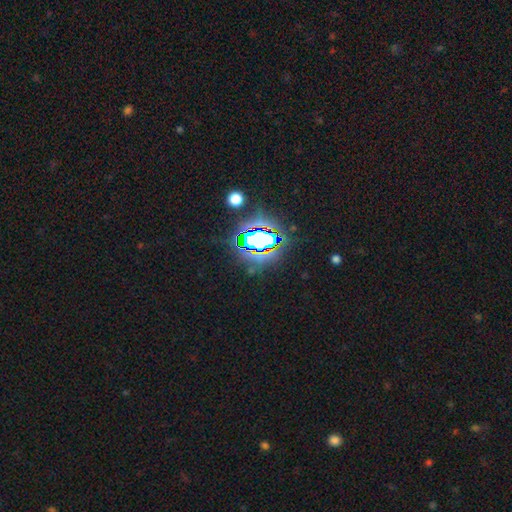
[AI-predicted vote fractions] The model was most divided on "smooth or featured": star or artifact: 83%, smooth: 10%, featured or disk: 7%.